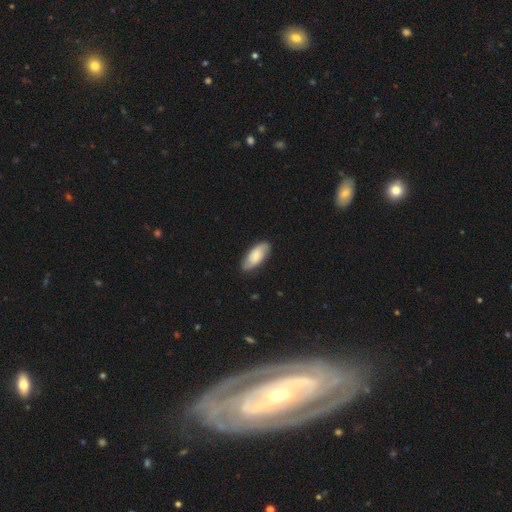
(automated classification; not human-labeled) Smooth or featured? Predicted: smooth (p=0.53). How rounded? Predicted: in between (p=0.88). Merging? Predicted: none (p=0.82).